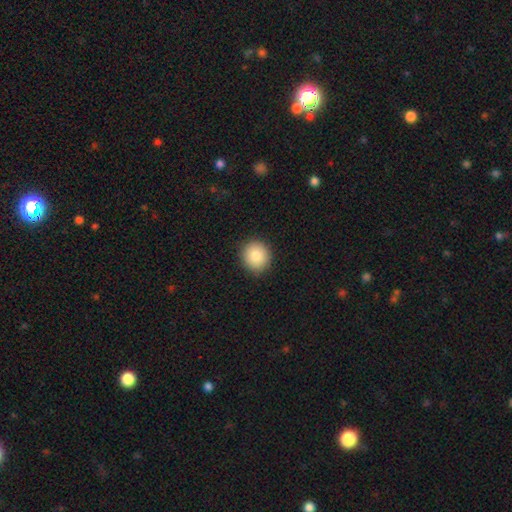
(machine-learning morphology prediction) Smooth or featured?
  - smooth: 85% *
  - star or artifact: 8%
  - featured or disk: 7%
How rounded?
  - round: 91% *
  - in between: 8%
  - cigar-shaped: 1%
Merging?
  - none: 91% *
  - minor disturbance: 6%
  - major disturbance: 2%
  - merger: 1%